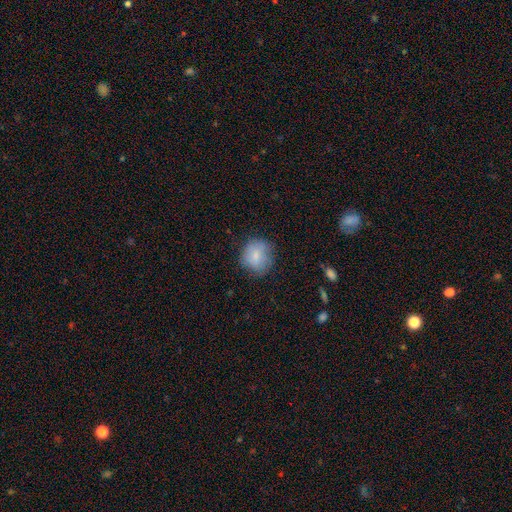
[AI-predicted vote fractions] Smooth or featured? smooth (80%)
How rounded? round (82%)
Merging? none (74%)